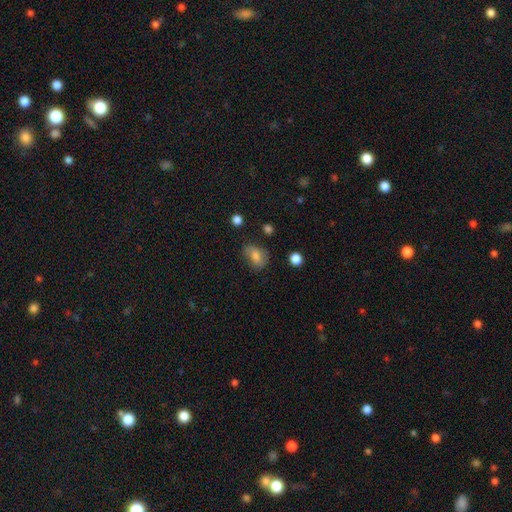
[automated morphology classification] smooth_or_featured: smooth (p=0.75) [alt: featured or disk p=0.15]
how_rounded: in between (p=0.70) [alt: round p=0.28]
merging: none (p=0.64) [alt: minor disturbance p=0.26]